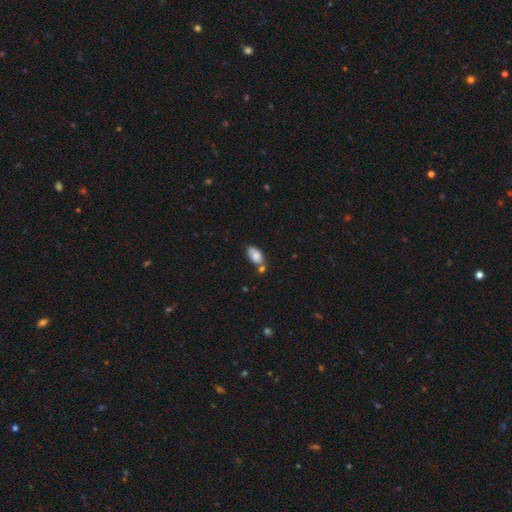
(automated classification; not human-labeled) Morphology: type=smooth (77%); roundness=in between (92%); merging=none (49%).